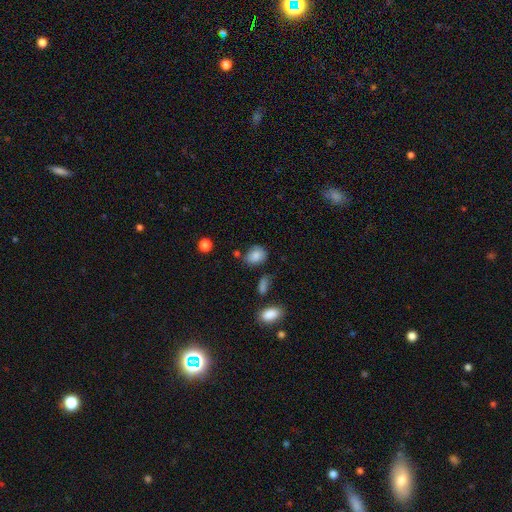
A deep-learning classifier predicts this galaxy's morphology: Overall: smooth (82%). How rounded: round (50%; in between 49%). Merging: none (67%).